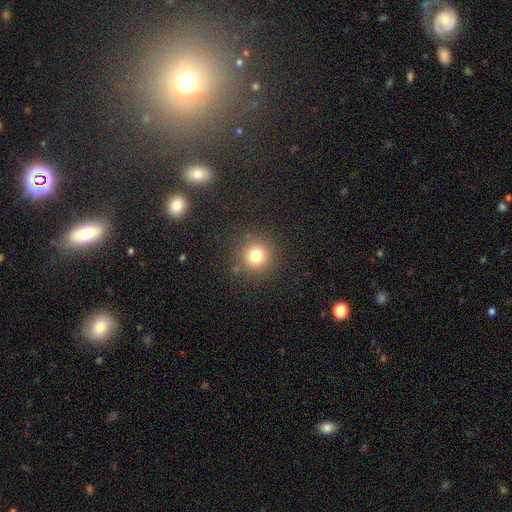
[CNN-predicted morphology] smooth_or_featured: smooth (p=0.79) [alt: star or artifact p=0.14]
how_rounded: round (p=0.94) [alt: in between p=0.05]
merging: none (p=0.87) [alt: minor disturbance p=0.07]